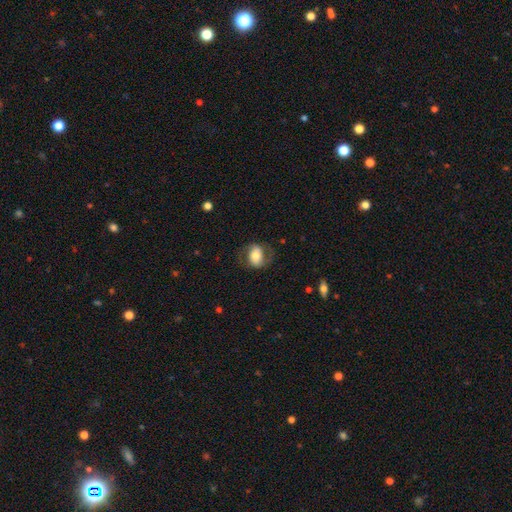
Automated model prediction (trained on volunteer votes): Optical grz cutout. It shows a smooth galaxy with no disk features (53%) that is in between round and cigar-shaped (68%). Merging: none (66%).